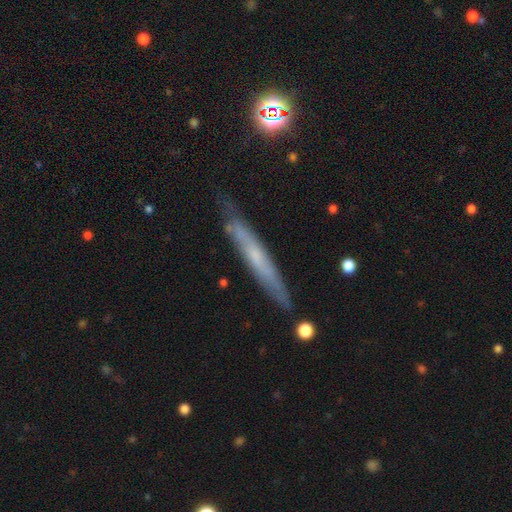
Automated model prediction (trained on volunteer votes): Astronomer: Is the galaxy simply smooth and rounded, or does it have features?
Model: featured or disk — 57% (runner-up: smooth, 35%).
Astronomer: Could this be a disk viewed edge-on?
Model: yes — 84%.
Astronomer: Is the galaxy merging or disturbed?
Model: none — 78%.